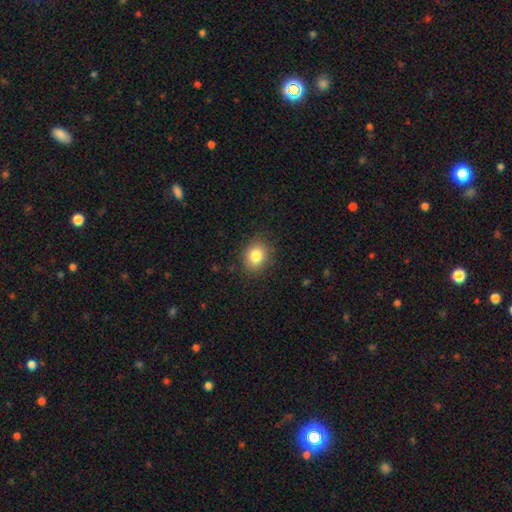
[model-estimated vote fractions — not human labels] Q: Smooth or featured?
A: smooth (83%); runner-up: star or artifact (10%)
Q: How rounded?
A: round (57%); runner-up: in between (43%)
Q: Merging?
A: none (86%); runner-up: minor disturbance (10%)